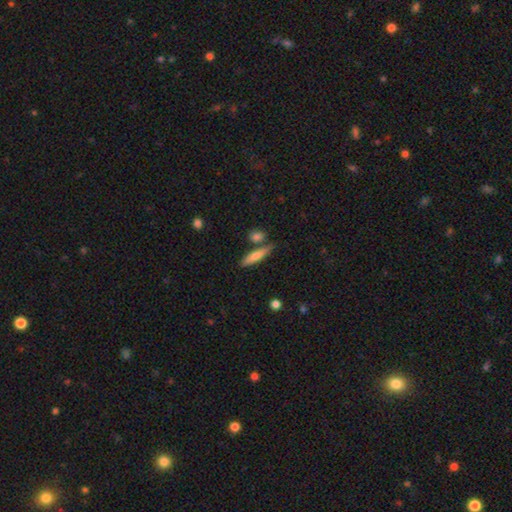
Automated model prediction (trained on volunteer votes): Smooth or featured?
  - smooth: 71% *
  - featured or disk: 23%
  - star or artifact: 6%
How rounded?
  - cigar-shaped: 81% *
  - in between: 16%
  - round: 3%
Merging?
  - none: 73% *
  - minor disturbance: 12%
  - merger: 12%
  - major disturbance: 3%